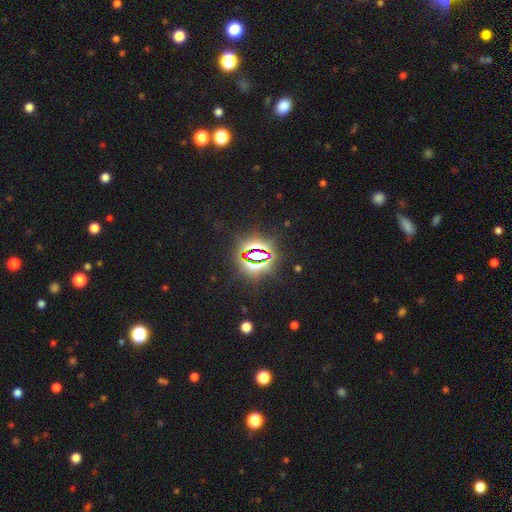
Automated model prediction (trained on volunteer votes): smooth-or-featured: star or artifact: 82% | smooth: 10% | featured or disk: 8%